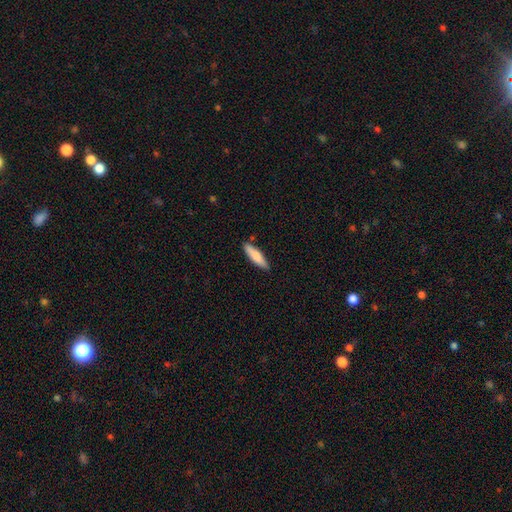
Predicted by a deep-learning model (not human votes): smooth 76%, featured or disk 19%, star or artifact 6%. Down the decision tree: how rounded — cigar-shaped (71%); merging — none (85%).